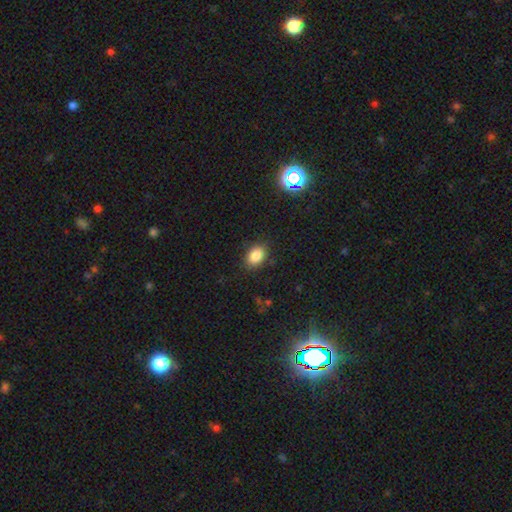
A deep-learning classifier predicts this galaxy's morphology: Smooth or featured? smooth (86%)
How rounded? in between (76%)
Merging? none (85%)